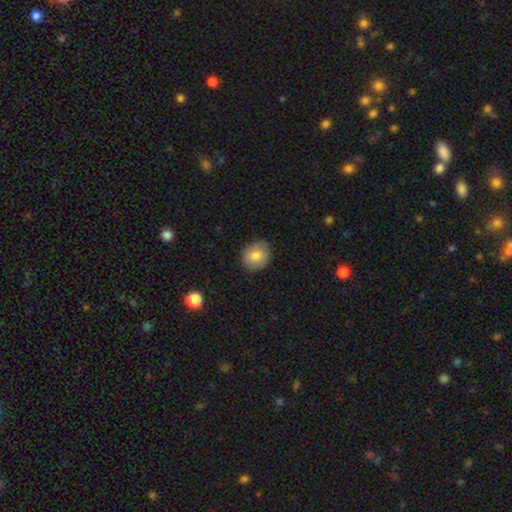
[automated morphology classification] Smooth or featured?
  - smooth: 79% *
  - featured or disk: 13%
  - star or artifact: 8%
How rounded?
  - round: 72% *
  - in between: 27%
  - cigar-shaped: 1%
Merging?
  - none: 82% *
  - minor disturbance: 15%
  - major disturbance: 2%
  - merger: 1%